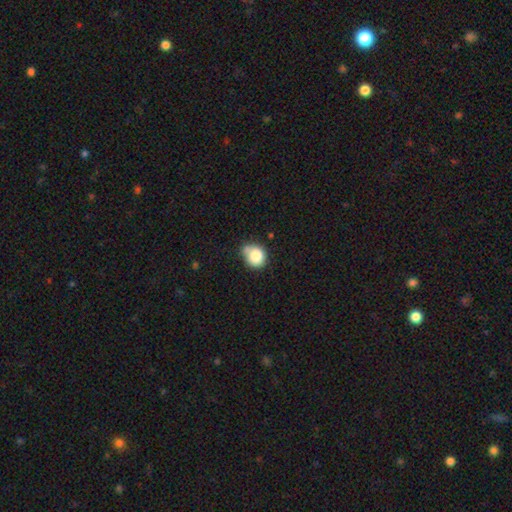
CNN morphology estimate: Smooth or featured?
  - smooth: 83% *
  - star or artifact: 9%
  - featured or disk: 7%
How rounded?
  - round: 75% *
  - in between: 24%
  - cigar-shaped: 1%
Merging?
  - none: 51% *
  - minor disturbance: 29%
  - merger: 14%
  - major disturbance: 7%